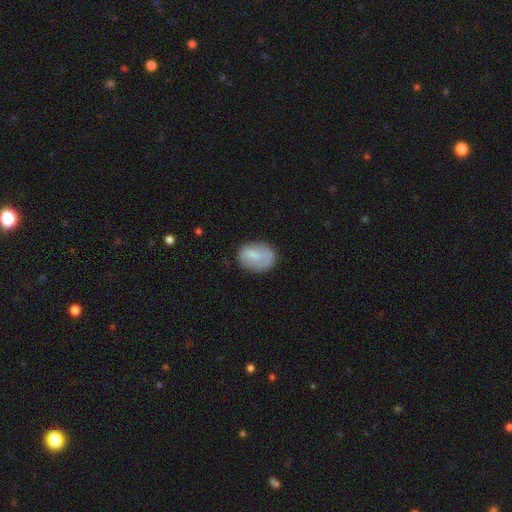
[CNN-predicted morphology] A smooth galaxy with no disk features (73%) that is in between round and cigar-shaped (67%). Merging: none (64%).